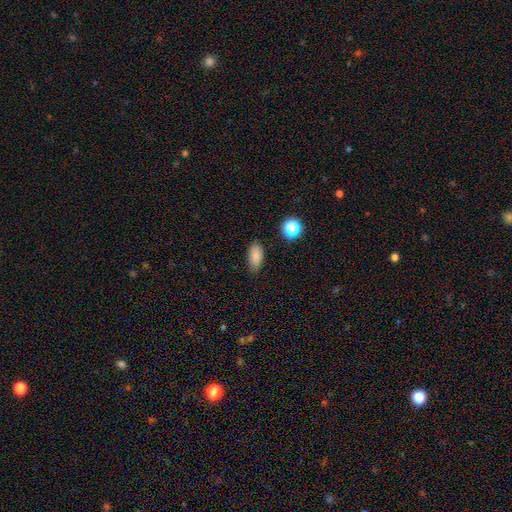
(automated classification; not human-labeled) A smooth galaxy with no disk features (84%) that is in between round and cigar-shaped (88%).

Vote fractions:
- Smooth or featured? smooth: 84% / star or artifact: 11% / featured or disk: 5%
- How rounded? in between: 88% / cigar-shaped: 7% / round: 5%
- Merging? none: 84% / minor disturbance: 12% / major disturbance: 3% / merger: 2%